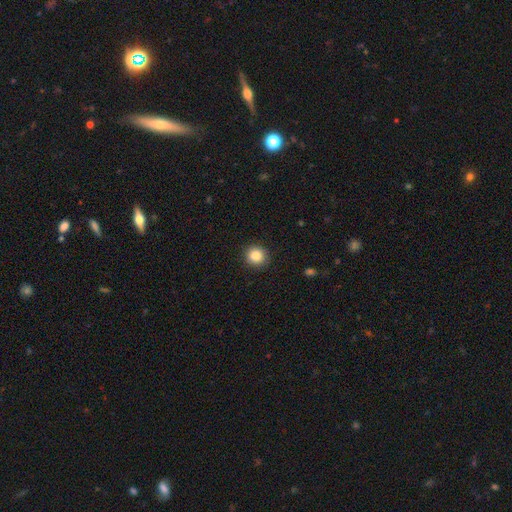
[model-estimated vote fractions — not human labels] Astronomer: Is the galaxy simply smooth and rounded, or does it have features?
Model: smooth — 87%.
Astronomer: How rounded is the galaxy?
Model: round — 90%.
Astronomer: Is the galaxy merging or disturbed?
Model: none — 90%.